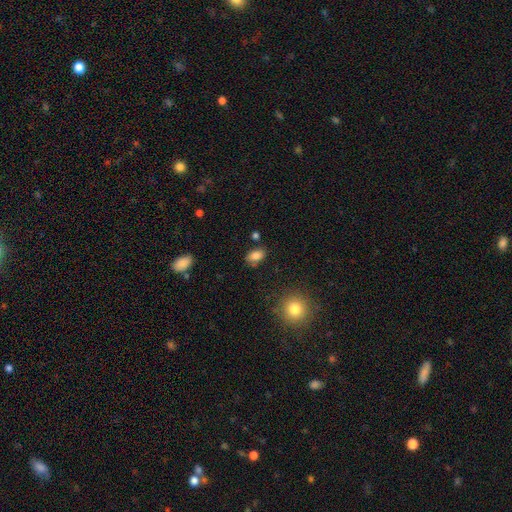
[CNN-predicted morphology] Smooth or featured: smooth — 83% (star or artifact — 10%)
How rounded: in between — 87% (round — 11%)
Merging: none — 76% (minor disturbance — 15%)